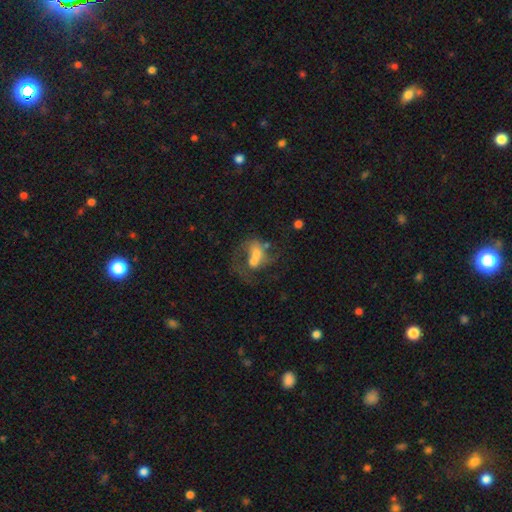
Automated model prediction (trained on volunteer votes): The model was most divided on "spiral arms": yes: 54%, no: 46%. Remaining: edge-on disk — no (97%); bar — no (69%); smooth or featured — featured or disk (56%); bulge size — moderate (47%); merging — merger (44%).